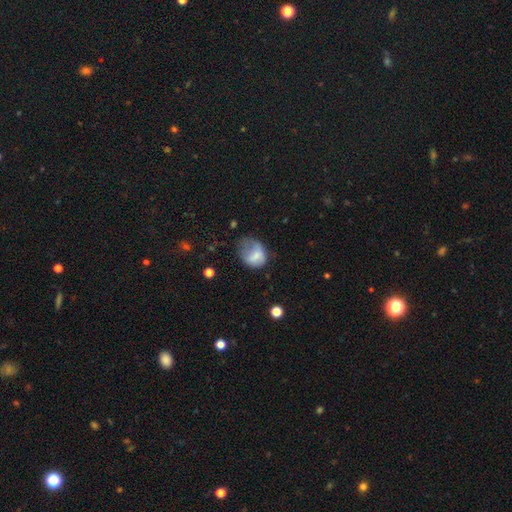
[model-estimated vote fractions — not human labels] This appears to be a smooth galaxy with no disk features (69%) that is in between round and cigar-shaped (57%). Merging: major disturbance (35%).